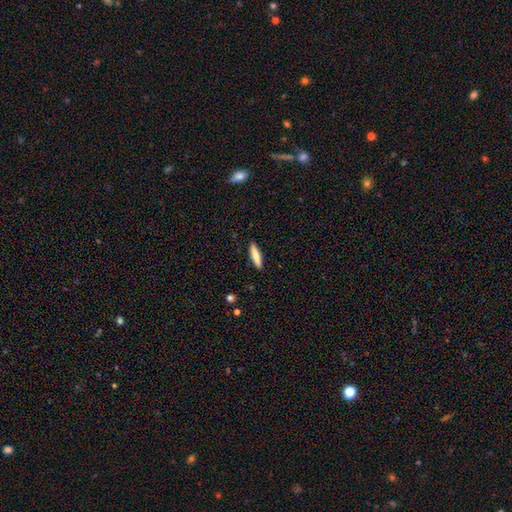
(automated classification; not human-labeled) Smooth or featured: smooth — 78% (featured or disk — 17%)
How rounded: cigar-shaped — 78% (in between — 20%)
Merging: none — 90% (minor disturbance — 7%)